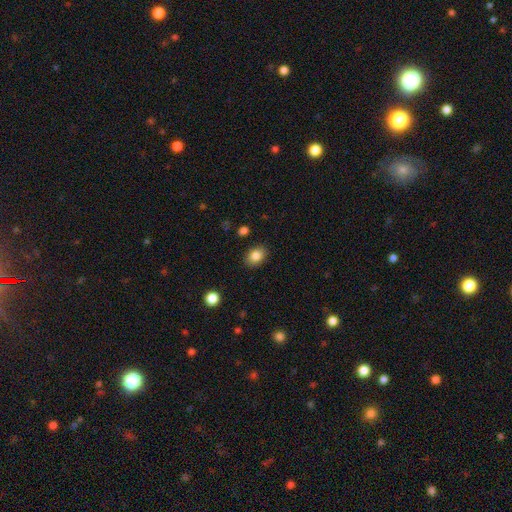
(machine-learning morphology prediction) smooth_or_featured: smooth (p=0.84) [alt: star or artifact p=0.09]
how_rounded: in between (p=0.69) [alt: round p=0.30]
merging: none (p=0.88) [alt: minor disturbance p=0.09]